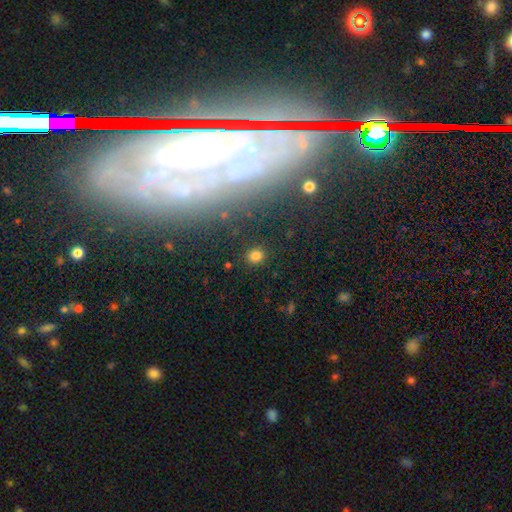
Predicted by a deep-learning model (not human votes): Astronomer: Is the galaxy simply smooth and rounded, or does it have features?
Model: smooth — 79%.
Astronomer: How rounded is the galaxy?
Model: round — 79%.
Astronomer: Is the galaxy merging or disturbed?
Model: none — 88%.